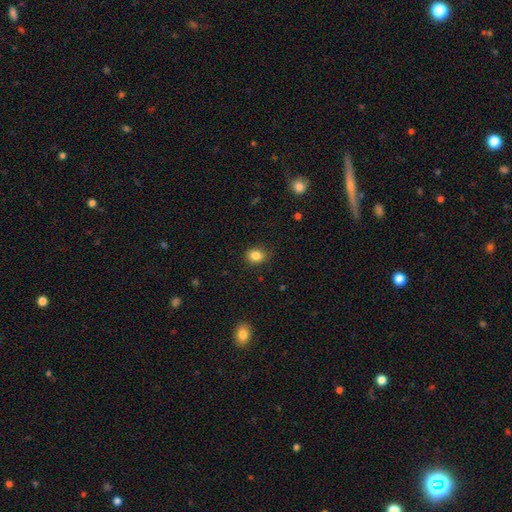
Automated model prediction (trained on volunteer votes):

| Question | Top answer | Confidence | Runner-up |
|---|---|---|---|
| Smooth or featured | smooth | 85% | star or artifact (10%) |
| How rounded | round | 51% | in between (48%) |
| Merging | none | 85% | minor disturbance (11%) |